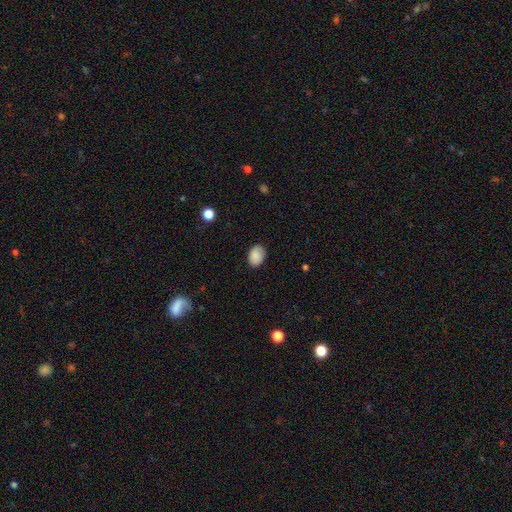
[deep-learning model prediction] smooth-or-featured: smooth: 87% | star or artifact: 8% | featured or disk: 6%
  how-rounded: in between: 77% | round: 22% | cigar-shaped: 1%
  merging: none: 83% | minor disturbance: 13% | major disturbance: 3% | merger: 1%